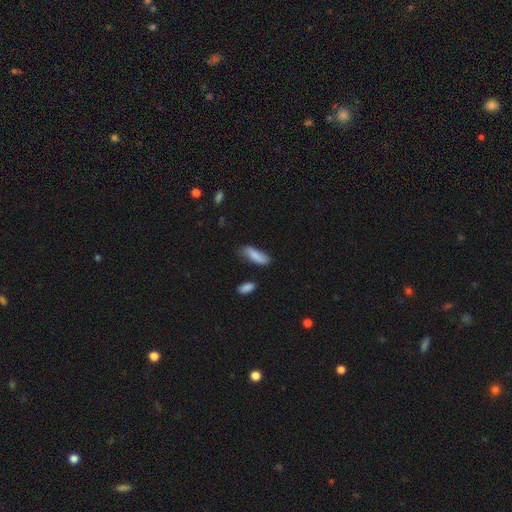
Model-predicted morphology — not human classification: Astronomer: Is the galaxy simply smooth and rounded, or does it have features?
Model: smooth — 85%.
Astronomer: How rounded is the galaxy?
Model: in between — 55% (runner-up: cigar-shaped, 43%).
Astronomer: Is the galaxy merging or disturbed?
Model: none — 64%.